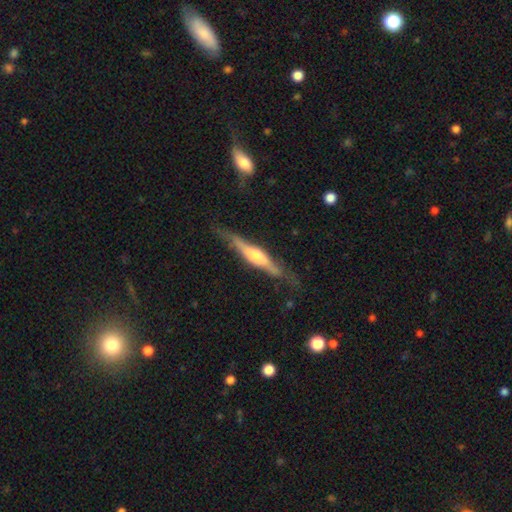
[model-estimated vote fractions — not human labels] Smooth or featured: featured or disk — 69% (smooth — 26%)
Edge-on disk: yes — 93% (no — 7%)
Edge-on bulge: rounded — 76% (boxy — 17%)
Merging: none — 71% (minor disturbance — 20%)